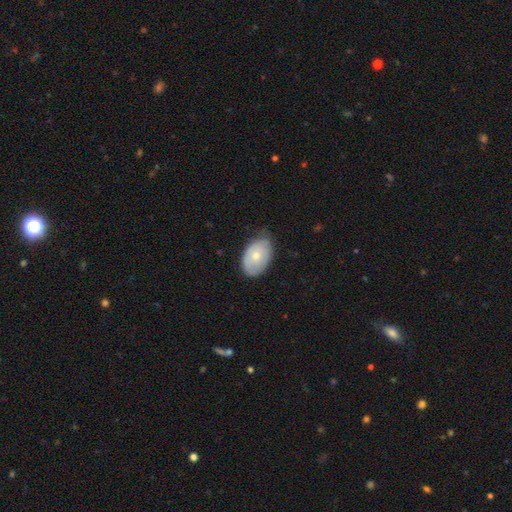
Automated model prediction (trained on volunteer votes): Smooth or featured? Predicted: smooth (p=0.68). How rounded? Predicted: in between (p=0.87). Merging? Predicted: none (p=0.61).